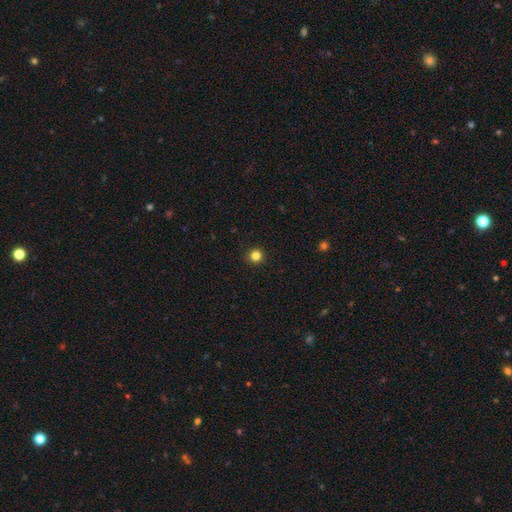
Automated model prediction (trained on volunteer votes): Smooth or featured: smooth — 82% (star or artifact — 13%)
How rounded: round — 95% (in between — 4%)
Merging: none — 93% (minor disturbance — 4%)